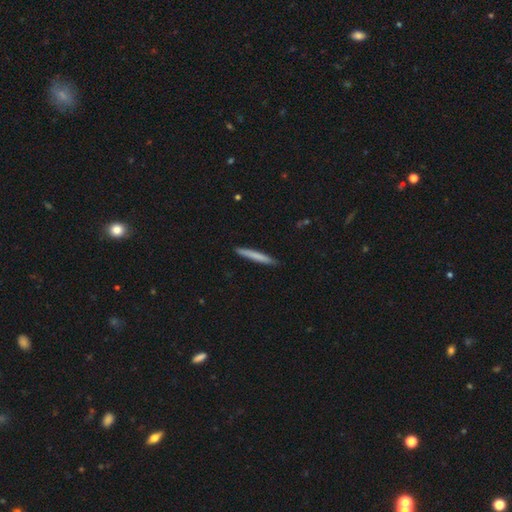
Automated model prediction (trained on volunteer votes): smooth_or_featured: smooth (p=0.73) [alt: featured or disk p=0.22]
how_rounded: cigar-shaped (p=0.97) [alt: in between p=0.02]
merging: none (p=0.90) [alt: minor disturbance p=0.07]